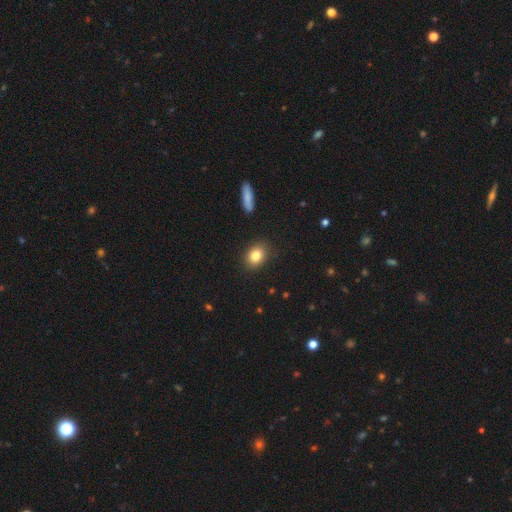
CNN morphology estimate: smooth_or_featured: smooth (p=0.82) [alt: star or artifact p=0.10]
how_rounded: in between (p=0.57) [alt: round p=0.41]
merging: none (p=0.88) [alt: minor disturbance p=0.09]